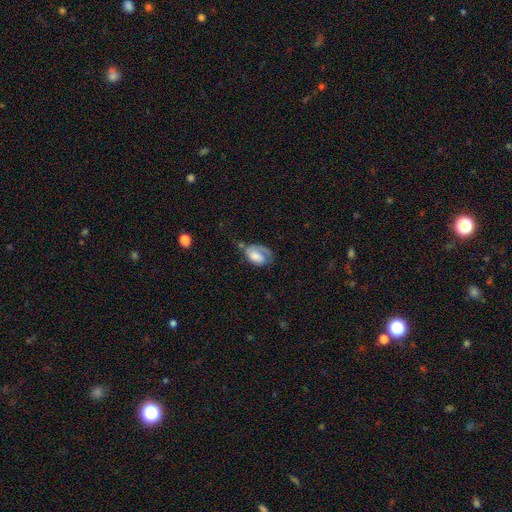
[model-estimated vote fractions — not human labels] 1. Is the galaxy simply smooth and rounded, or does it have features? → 47% featured or disk, 46% smooth, 7% star or artifact.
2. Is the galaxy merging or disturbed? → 38% none, 28% major disturbance, 27% minor disturbance, 7% merger.